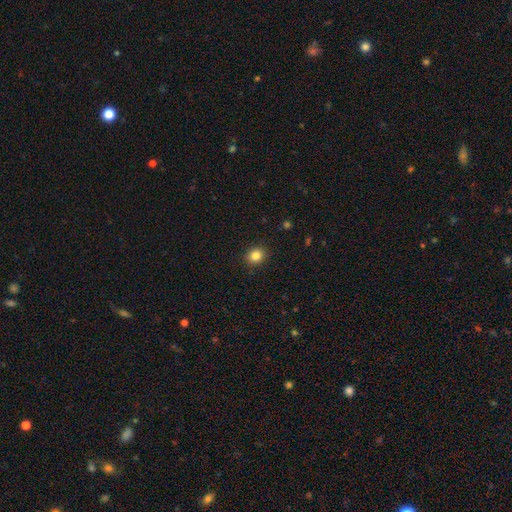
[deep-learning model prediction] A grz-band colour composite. It shows a smooth galaxy with no disk features (84%) that is round (65%). Merging: none (90%).